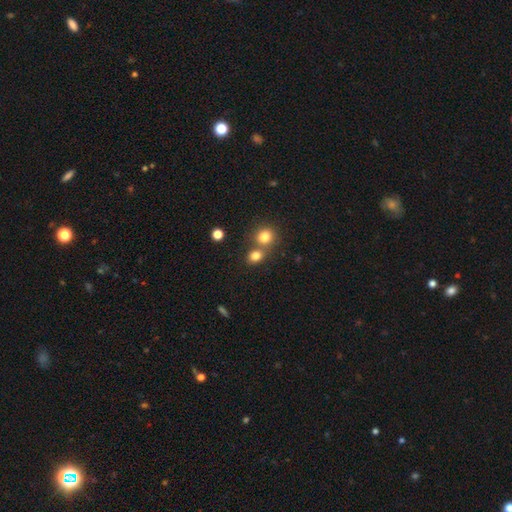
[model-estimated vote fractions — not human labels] smooth_or_featured: smooth (p=0.80) [alt: star or artifact p=0.13]
how_rounded: round (p=0.65) [alt: in between p=0.34]
merging: none (p=0.53) [alt: merger p=0.36]